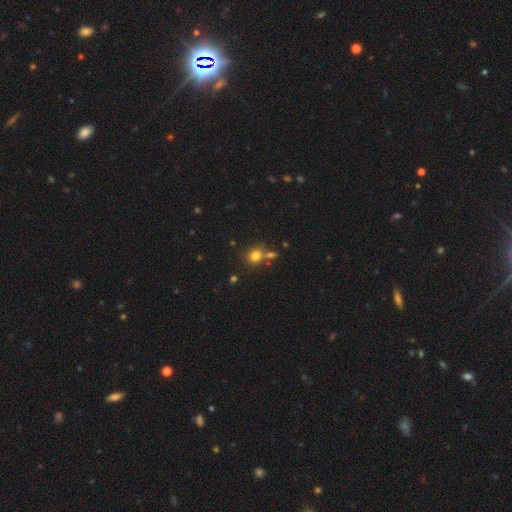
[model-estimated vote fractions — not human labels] This appears to be a smooth galaxy with no disk features (79%) that is round (70%). Merging: none (63%).